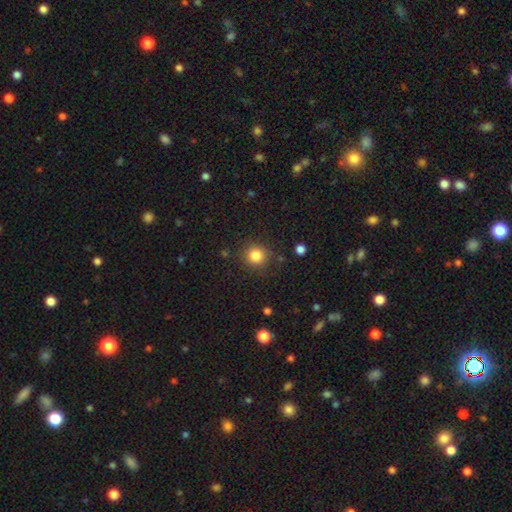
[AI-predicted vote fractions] Smooth or featured? Predicted: smooth (p=0.83). How rounded? Predicted: round (p=0.91). Merging? Predicted: none (p=0.85).